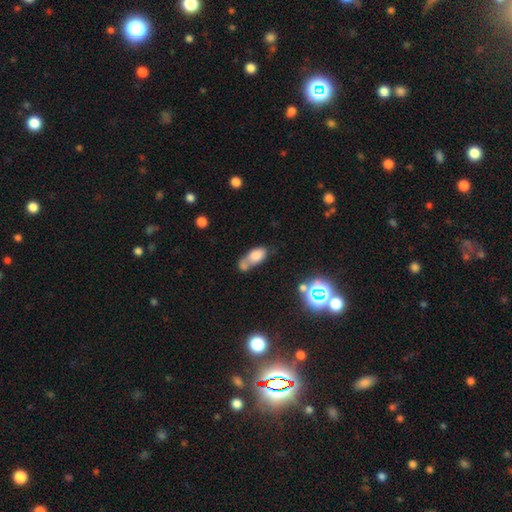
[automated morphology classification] A smooth galaxy with no disk features (72%) that is in between round and cigar-shaped (84%). Merging: merger (49%).